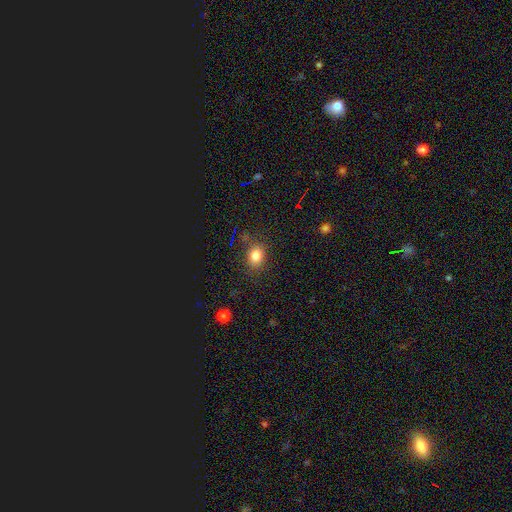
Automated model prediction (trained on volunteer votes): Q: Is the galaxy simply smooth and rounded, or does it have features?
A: smooth — 82%.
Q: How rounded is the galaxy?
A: in between — 58%.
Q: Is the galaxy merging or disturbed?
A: none — 81%.